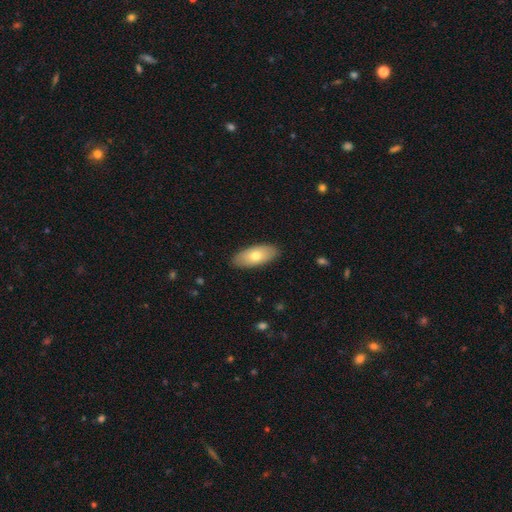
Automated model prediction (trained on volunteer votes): smooth_or_featured: smooth (p=0.69) [alt: featured or disk p=0.25]
how_rounded: in between (p=0.89) [alt: cigar-shaped p=0.08]
merging: none (p=0.88) [alt: minor disturbance p=0.09]